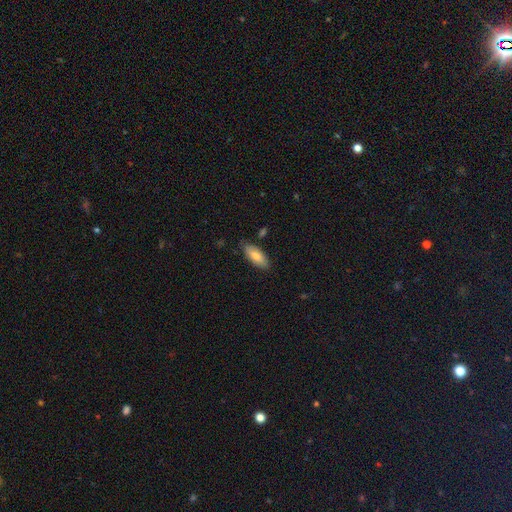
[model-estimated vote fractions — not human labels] smooth 77%, featured or disk 17%, star or artifact 6%. Down the decision tree: how rounded — in between (82%); merging — none (80%).